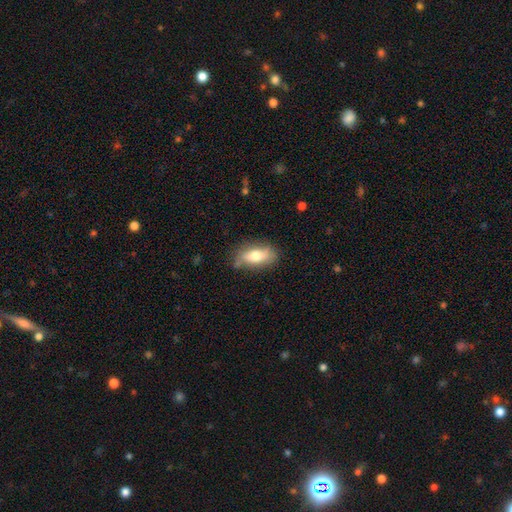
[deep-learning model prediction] Q: Smooth or featured?
A: smooth (68%); runner-up: featured or disk (25%)
Q: How rounded?
A: in between (83%); runner-up: cigar-shaped (12%)
Q: Merging?
A: none (76%); runner-up: minor disturbance (17%)